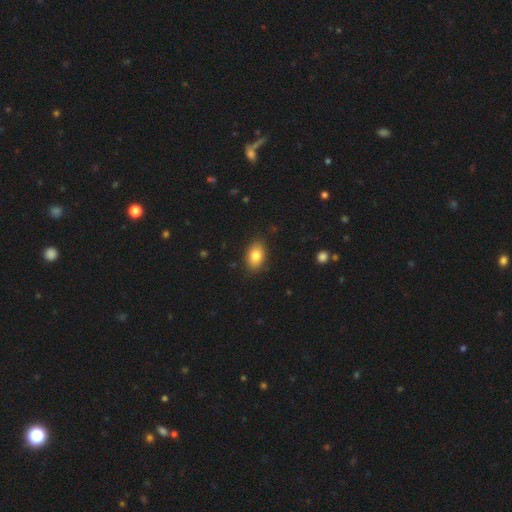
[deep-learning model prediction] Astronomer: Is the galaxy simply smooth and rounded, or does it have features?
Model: smooth — 82%.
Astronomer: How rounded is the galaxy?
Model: in between — 85%.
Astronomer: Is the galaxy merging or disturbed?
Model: none — 87%.